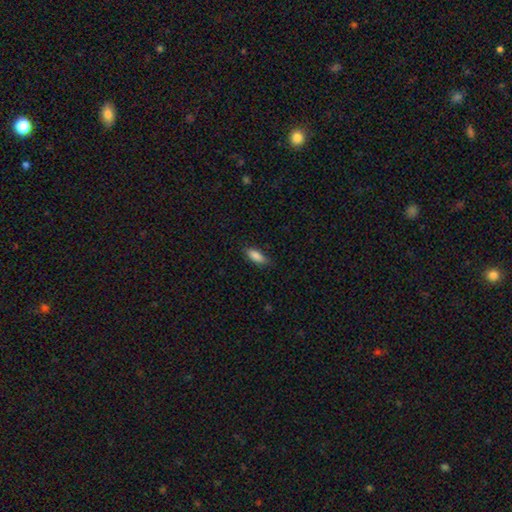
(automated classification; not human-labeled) Smooth or featured: smooth — 86% (featured or disk — 7%)
How rounded: in between — 74% (cigar-shaped — 24%)
Merging: none — 82% (minor disturbance — 14%)